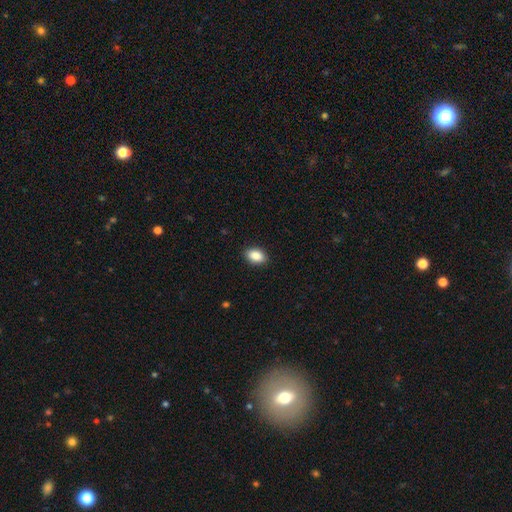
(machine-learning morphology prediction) Smooth or featured?
  - smooth: 88% *
  - star or artifact: 7%
  - featured or disk: 4%
How rounded?
  - in between: 89% *
  - round: 9%
  - cigar-shaped: 2%
Merging?
  - none: 89% *
  - minor disturbance: 8%
  - major disturbance: 2%
  - merger: 1%